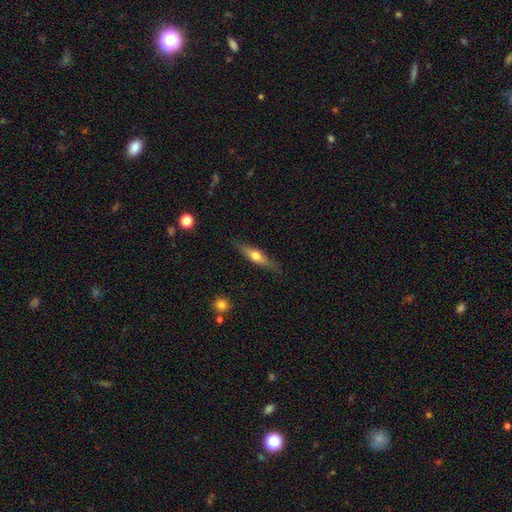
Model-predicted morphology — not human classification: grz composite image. It shows a featured or disk galaxy (47%, tied with smooth). Merging: none (86%).